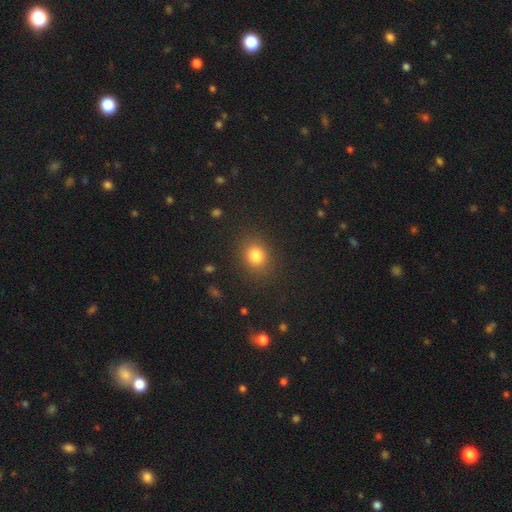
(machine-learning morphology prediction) This is clearly a smooth galaxy (81%). How rounded: likely round (62%). Merging: clearly none (85%).